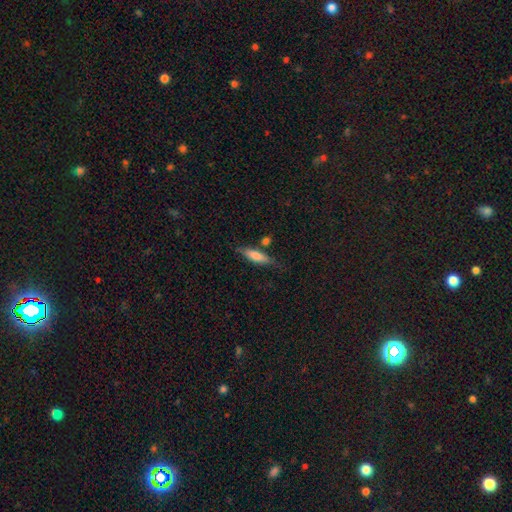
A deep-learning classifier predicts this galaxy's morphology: A smooth galaxy with no disk features (70%) that is cigar-shaped (61%). Merging: none (68%).